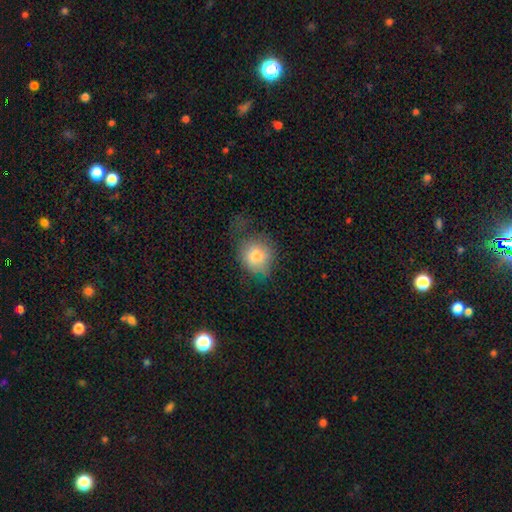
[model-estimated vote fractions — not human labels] This appears to be a smooth galaxy with no disk features (76%) that is round (76%). Merging: none (44%).